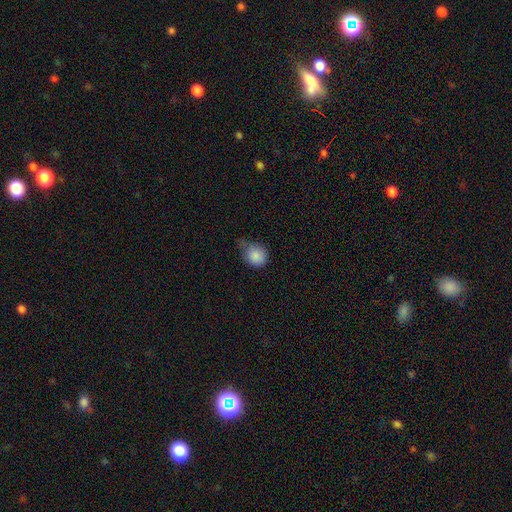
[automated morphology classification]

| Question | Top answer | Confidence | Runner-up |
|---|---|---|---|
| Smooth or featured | smooth | 86% | star or artifact (9%) |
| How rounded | round | 70% | in between (29%) |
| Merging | minor disturbance | 45% | none (40%) |